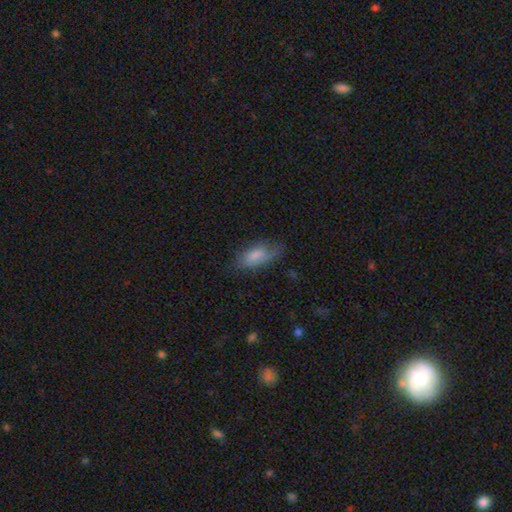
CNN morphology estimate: Smooth or featured? Predicted: smooth (p=0.73). How rounded? Predicted: in between (p=0.86). Merging? Predicted: none (p=0.55).